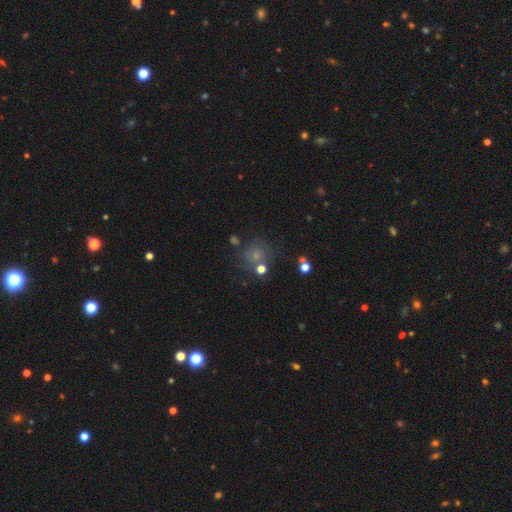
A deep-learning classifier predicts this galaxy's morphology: This is possibly a smooth galaxy (51%). How rounded: clearly round (85%). Merging: likely none (64%).